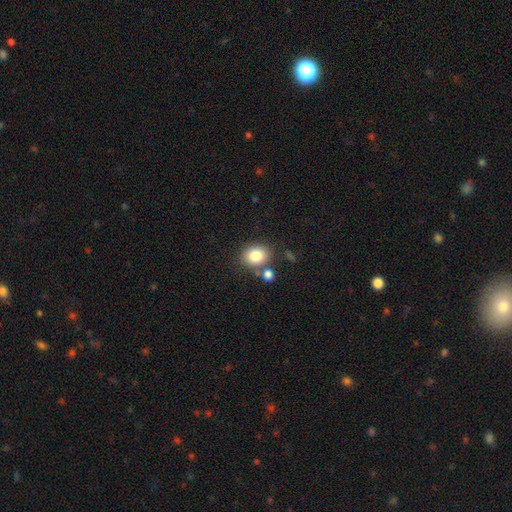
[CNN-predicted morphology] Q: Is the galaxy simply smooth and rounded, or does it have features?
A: smooth — 83%.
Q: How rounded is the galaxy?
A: round — 59%.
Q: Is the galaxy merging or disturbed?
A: none — 70%.